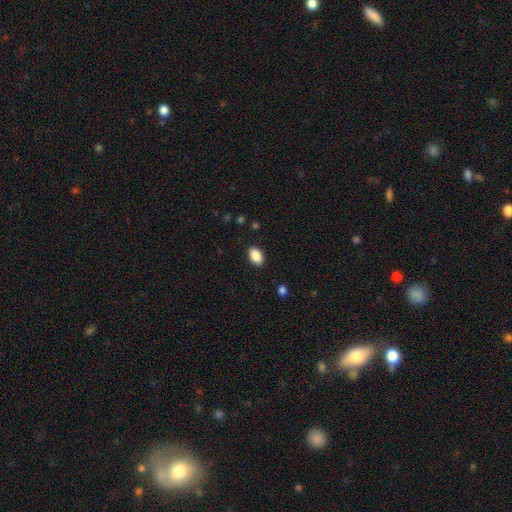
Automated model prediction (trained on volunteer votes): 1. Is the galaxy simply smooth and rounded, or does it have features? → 88% smooth, 7% star or artifact, 4% featured or disk.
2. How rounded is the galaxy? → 91% in between, 7% round, 2% cigar-shaped.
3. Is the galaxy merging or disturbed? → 88% none, 9% minor disturbance, 2% major disturbance, 1% merger.